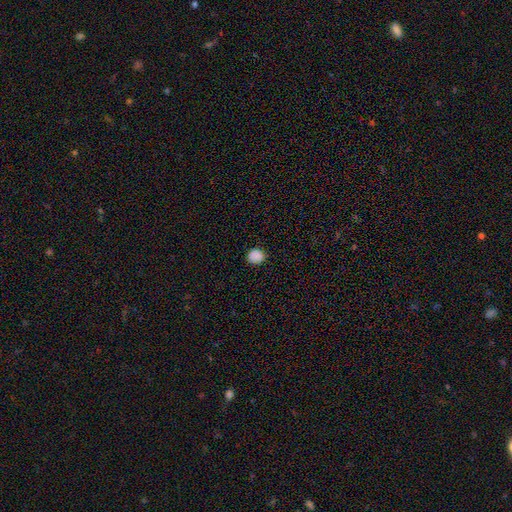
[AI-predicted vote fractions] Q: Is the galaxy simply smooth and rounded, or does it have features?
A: smooth — 87%.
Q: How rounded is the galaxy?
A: round — 86%.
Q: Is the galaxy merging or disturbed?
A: none — 89%.